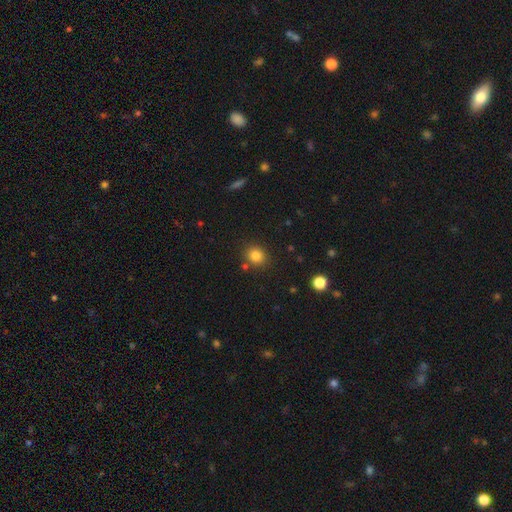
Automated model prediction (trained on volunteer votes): This is clearly a smooth galaxy (82%). How rounded: likely round (75%). Merging: clearly none (82%).